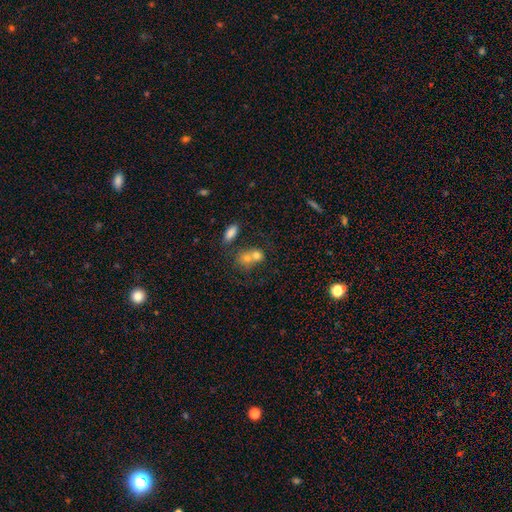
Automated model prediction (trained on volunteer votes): A smooth galaxy with no disk features (70%) that is round (52%).

Vote fractions:
- Smooth or featured? smooth: 70% / featured or disk: 18% / star or artifact: 12%
- How rounded? round: 52% / in between: 46% / cigar-shaped: 2%
- Merging? merger: 62% / none: 25% / minor disturbance: 8% / major disturbance: 5%